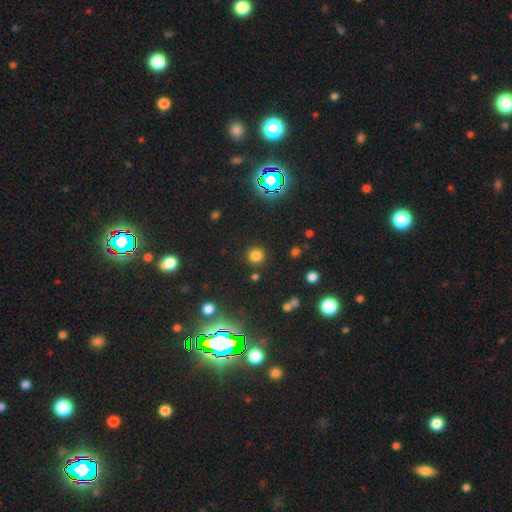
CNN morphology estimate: Smooth or featured?
  - smooth: 76% *
  - star or artifact: 19%
  - featured or disk: 5%
How rounded?
  - round: 94% *
  - in between: 5%
  - cigar-shaped: 1%
Merging?
  - none: 89% *
  - minor disturbance: 6%
  - merger: 3%
  - major disturbance: 3%